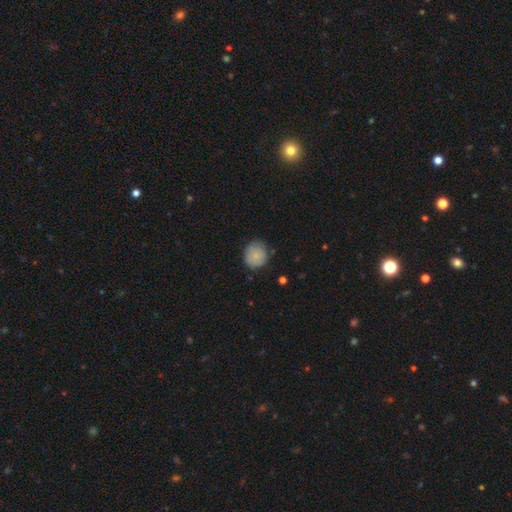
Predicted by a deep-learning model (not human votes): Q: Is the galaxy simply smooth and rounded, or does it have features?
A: smooth — 80%.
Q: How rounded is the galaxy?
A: round — 80%.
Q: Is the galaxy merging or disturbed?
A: none — 72%.